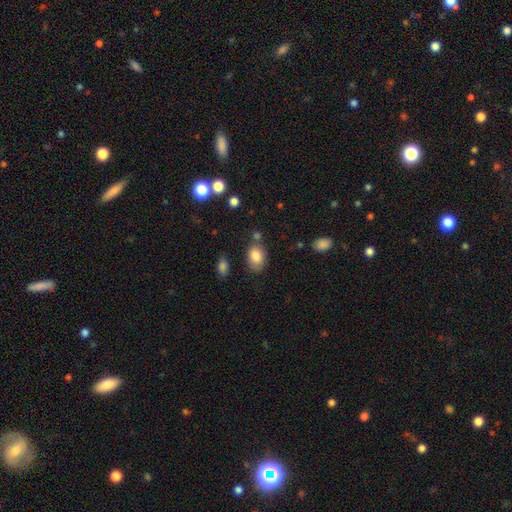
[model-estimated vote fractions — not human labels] Smooth or featured? smooth (84%)
How rounded? in between (83%)
Merging? none (67%)